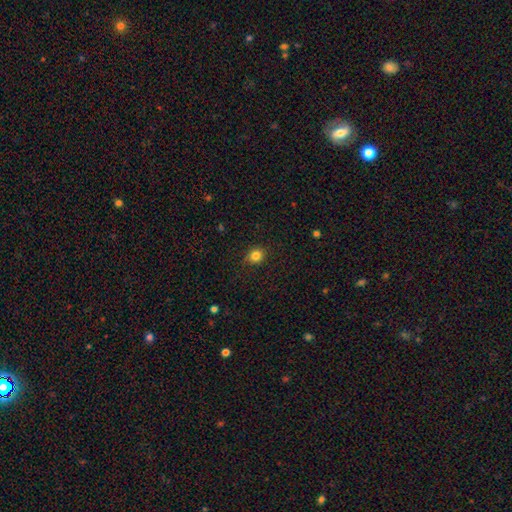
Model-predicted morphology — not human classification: The model was most divided on "how rounded": round: 81%, in between: 18%, cigar-shaped: 1%. More confident: merging — none (86%); smooth or featured — smooth (83%).